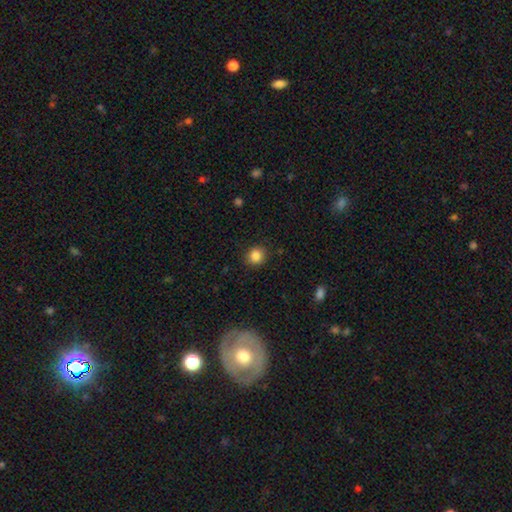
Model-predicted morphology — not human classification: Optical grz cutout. It shows a smooth galaxy with no disk features (85%) that is round (86%). Merging: none (89%).